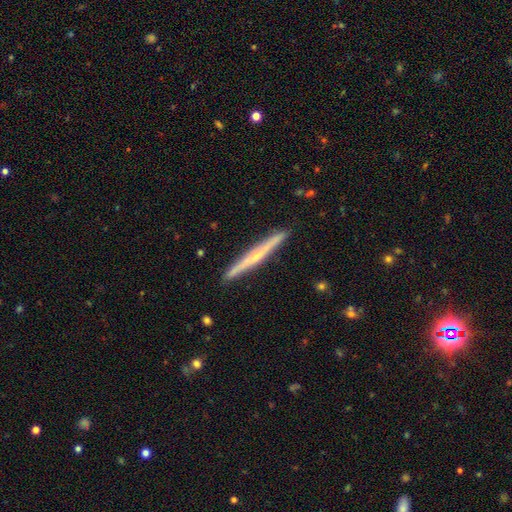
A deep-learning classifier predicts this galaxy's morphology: A featured or disk galaxy (66%) viewed edge-on (98%) with a rounded central bulge (58%). Merging: none (92%).